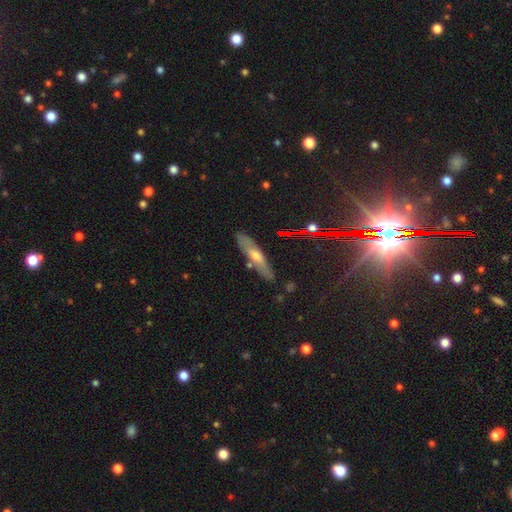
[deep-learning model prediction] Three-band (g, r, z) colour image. It shows a featured or disk galaxy (45%). Merging: none (79%).